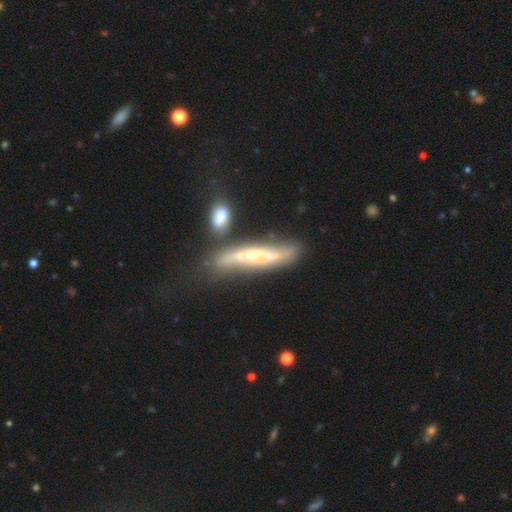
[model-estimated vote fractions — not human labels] featured or disk 71%, smooth 23%, star or artifact 7%. Down the decision tree: edge-on disk — yes (69%); merging — none (49%).